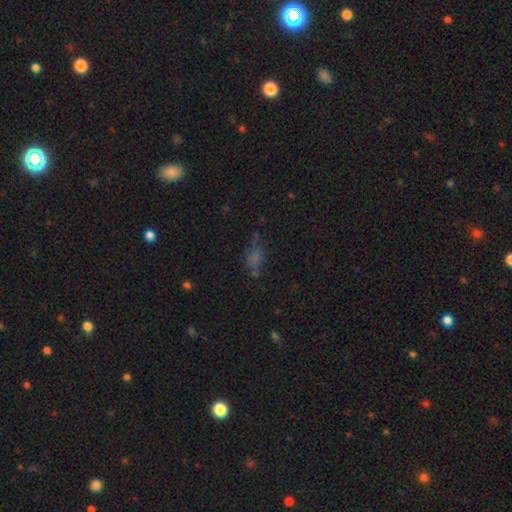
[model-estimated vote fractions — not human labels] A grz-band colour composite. It shows a smooth galaxy with no disk features (54%) that is in between round and cigar-shaped (69%). Merging: none (56%).